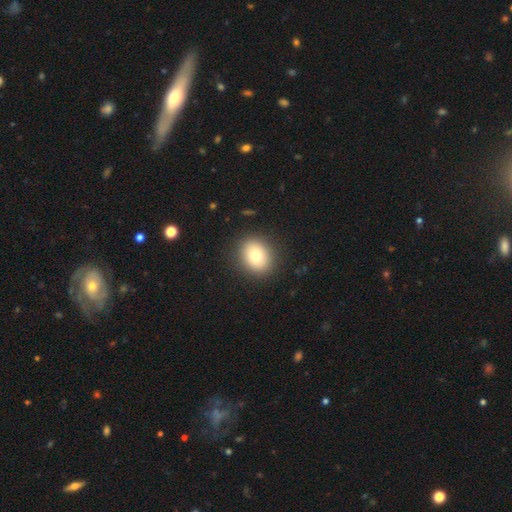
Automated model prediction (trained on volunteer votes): Smooth or featured: smooth — 77% (featured or disk — 12%)
How rounded: round — 62% (in between — 37%)
Merging: none — 89% (minor disturbance — 7%)